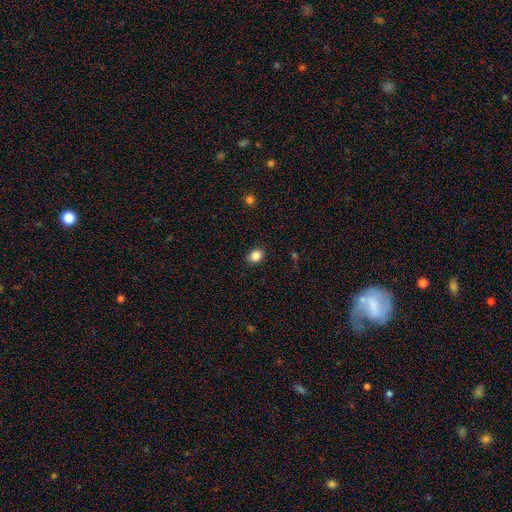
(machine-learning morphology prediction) Smooth or featured?
  - smooth: 86% *
  - star or artifact: 10%
  - featured or disk: 4%
How rounded?
  - in between: 58% *
  - round: 41%
  - cigar-shaped: 1%
Merging?
  - none: 88% *
  - minor disturbance: 9%
  - major disturbance: 2%
  - merger: 1%